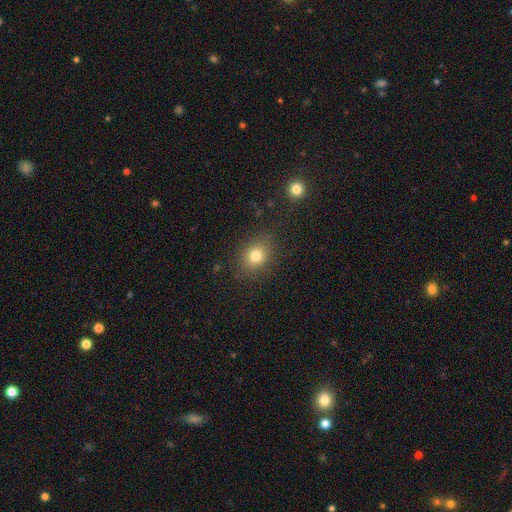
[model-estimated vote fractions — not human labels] smooth_or_featured: smooth (p=0.78) [alt: star or artifact p=0.14]
how_rounded: round (p=0.52) [alt: in between p=0.46]
merging: none (p=0.83) [alt: minor disturbance p=0.11]